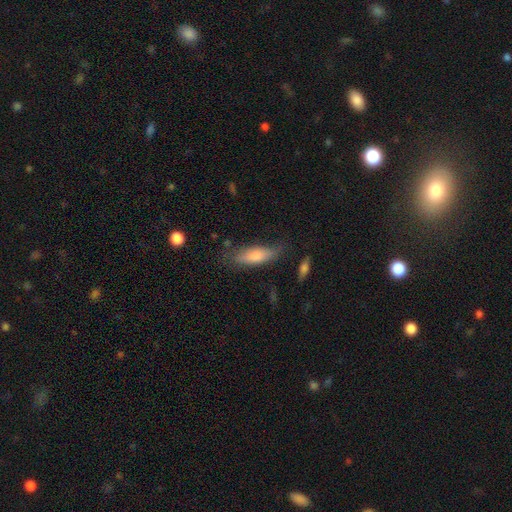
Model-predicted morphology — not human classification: smooth-or-featured: smooth: 55% | featured or disk: 30% | star or artifact: 15%
  how-rounded: cigar-shaped: 57% | in between: 40% | round: 3%
  merging: none: 73% | minor disturbance: 18% | major disturbance: 6% | merger: 3%